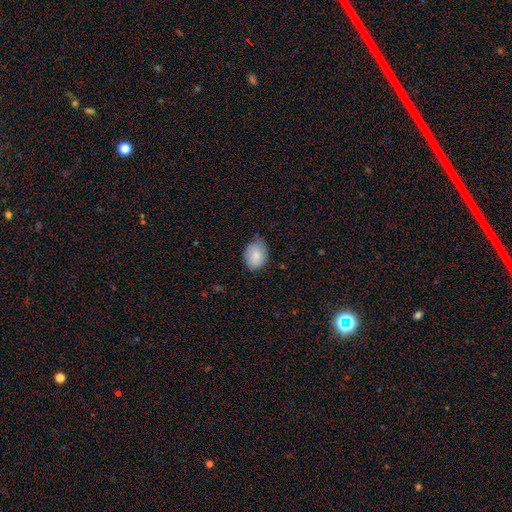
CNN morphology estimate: Overall: smooth (84%). How rounded: in between (68%; round 31%). Merging: none (68%).